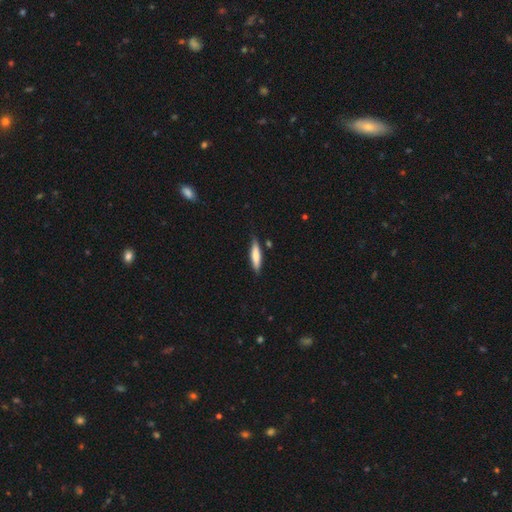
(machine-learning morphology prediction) A smooth galaxy with no disk features (74%) that is cigar-shaped (77%). Merging: none (82%).